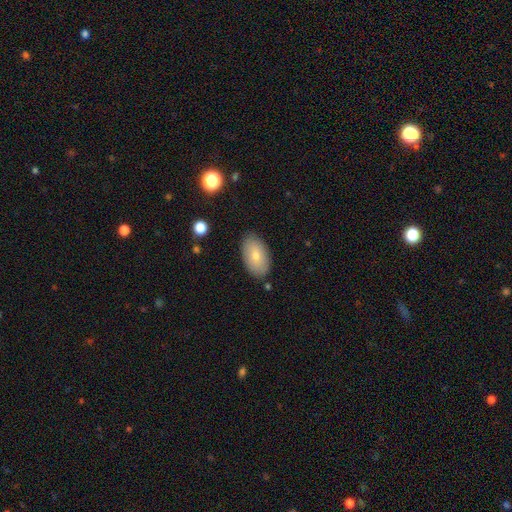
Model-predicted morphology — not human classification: smooth_or_featured: smooth (p=0.74) [alt: featured or disk p=0.19]
how_rounded: in between (p=0.93) [alt: round p=0.05]
merging: none (p=0.84) [alt: minor disturbance p=0.12]